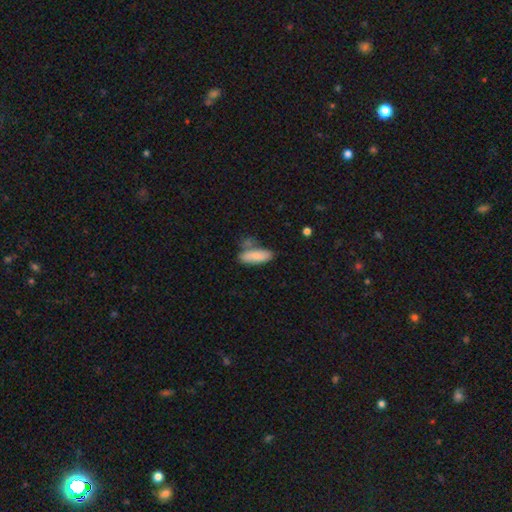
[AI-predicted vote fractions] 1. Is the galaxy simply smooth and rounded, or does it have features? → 82% smooth, 11% featured or disk, 7% star or artifact.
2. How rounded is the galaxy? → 67% in between, 31% cigar-shaped, 2% round.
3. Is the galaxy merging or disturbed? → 51% none, 23% minor disturbance, 19% merger, 8% major disturbance.